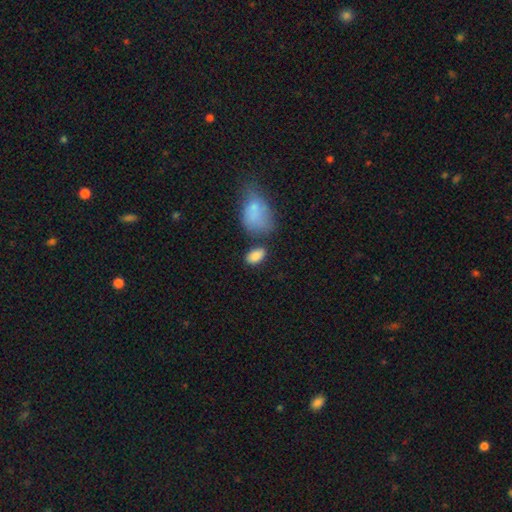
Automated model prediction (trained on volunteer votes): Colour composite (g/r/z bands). It shows a smooth galaxy with no disk features (87%) that is in between round and cigar-shaped (92%). Merging: none (65%).